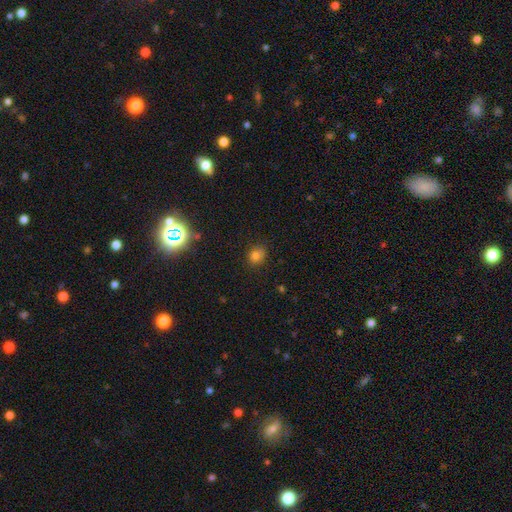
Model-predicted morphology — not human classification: smooth_or_featured: smooth (p=0.75) [alt: star or artifact p=0.18]
how_rounded: round (p=0.72) [alt: in between p=0.27]
merging: none (p=0.79) [alt: minor disturbance p=0.15]